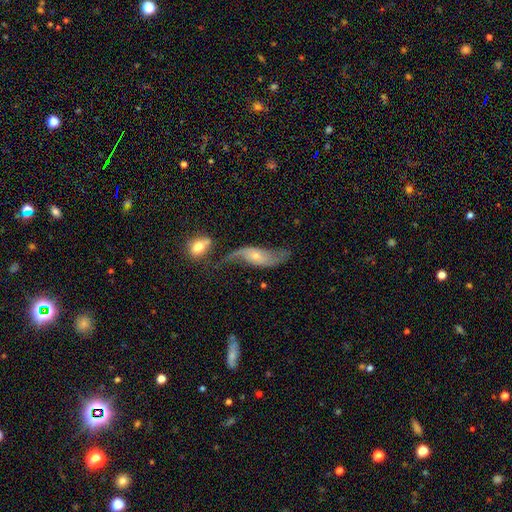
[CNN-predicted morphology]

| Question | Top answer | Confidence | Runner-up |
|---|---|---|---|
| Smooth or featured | featured or disk | 80% | smooth (13%) |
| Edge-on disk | no | 91% | yes (9%) |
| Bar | no | 65% | weak (26%) |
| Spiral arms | yes | 92% | no (8%) |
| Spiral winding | loose | 84% | medium (11%) |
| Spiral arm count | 2 | 91% | can't tell (3%) |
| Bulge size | small | 64% | moderate (30%) |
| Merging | none | 52% | minor disturbance (22%) |